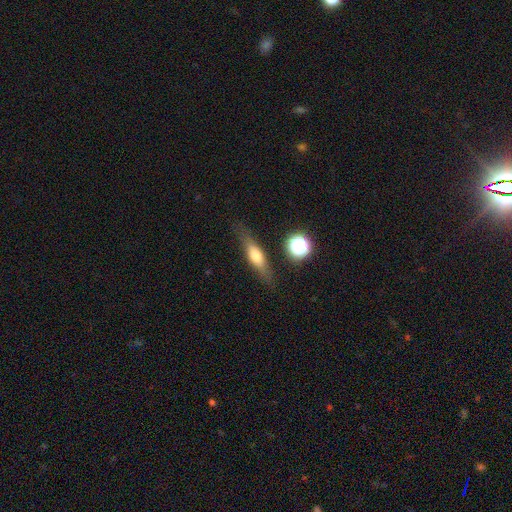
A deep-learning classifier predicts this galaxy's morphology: The model was most divided on "smooth or featured": smooth: 47%, featured or disk: 43%, star or artifact: 9%. More confident: merging — none (78%).